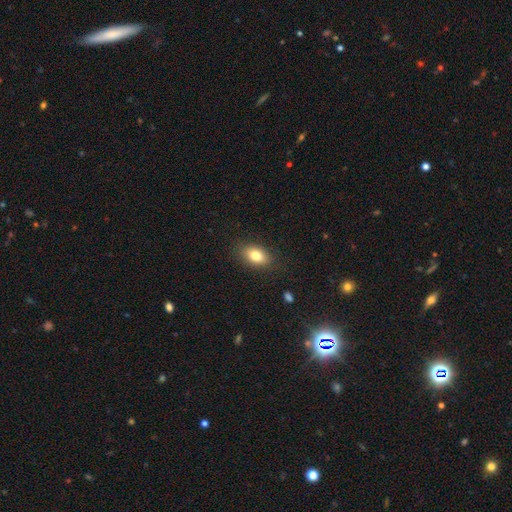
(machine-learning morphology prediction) Smooth or featured?
  - smooth: 80% *
  - featured or disk: 12%
  - star or artifact: 9%
How rounded?
  - in between: 84% *
  - round: 14%
  - cigar-shaped: 2%
Merging?
  - none: 85% *
  - minor disturbance: 11%
  - major disturbance: 3%
  - merger: 1%